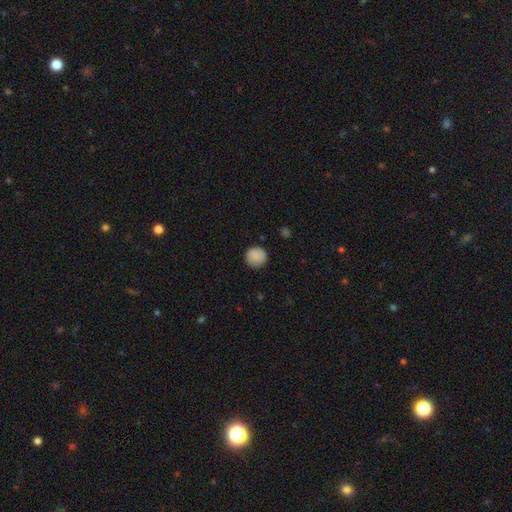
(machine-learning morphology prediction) smooth_or_featured: smooth (p=0.88) [alt: star or artifact p=0.08]
how_rounded: round (p=0.93) [alt: in between p=0.06]
merging: none (p=0.87) [alt: minor disturbance p=0.10]